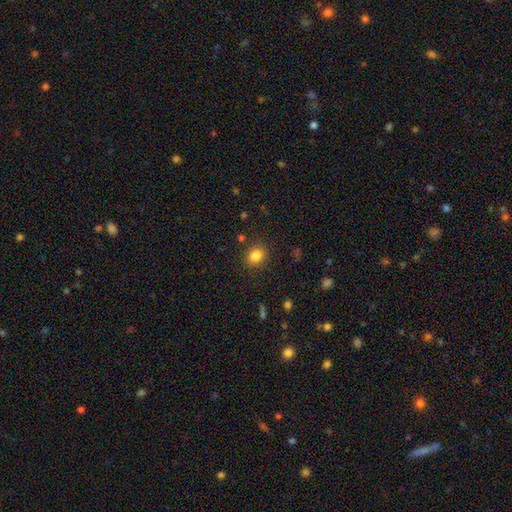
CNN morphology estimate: Overall: smooth (83%). How rounded: round (73%). Merging: none (86%).